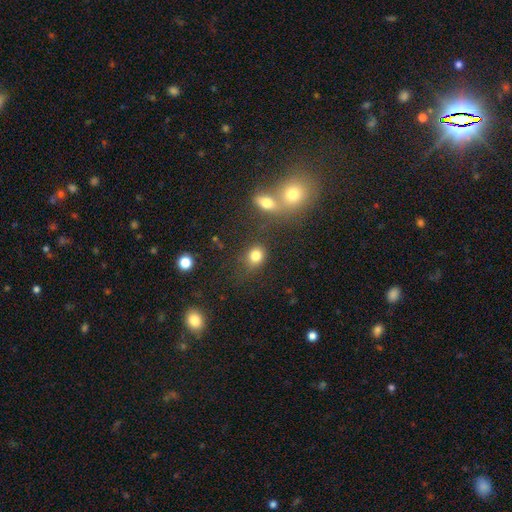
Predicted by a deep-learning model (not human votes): A smooth galaxy with no disk features (81%) that is round (61%). Merging: none (71%).